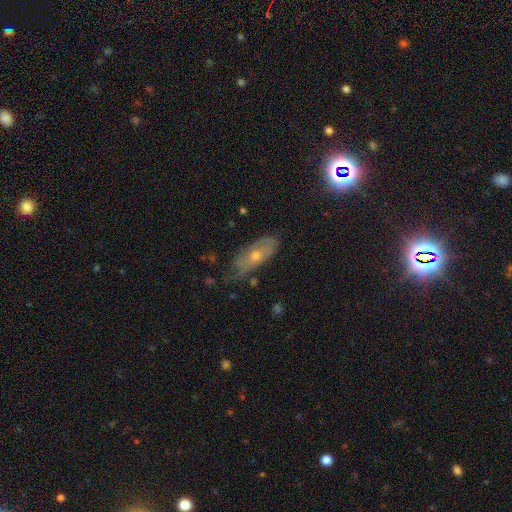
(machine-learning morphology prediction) smooth-or-featured: featured or disk: 52% | smooth: 37% | star or artifact: 11%
  disk-edge-on: no: 73% | yes: 27%
  merging: none: 60% | minor disturbance: 29% | major disturbance: 8% | merger: 2%